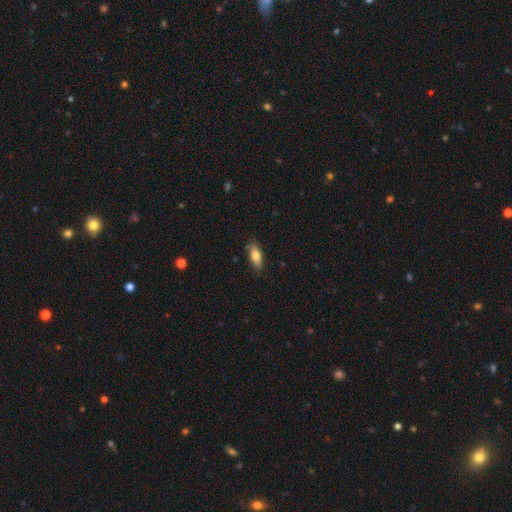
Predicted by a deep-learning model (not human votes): smooth_or_featured: smooth (p=0.74) [alt: featured or disk p=0.19]
how_rounded: in between (p=0.70) [alt: cigar-shaped p=0.28]
merging: none (p=0.83) [alt: minor disturbance p=0.14]